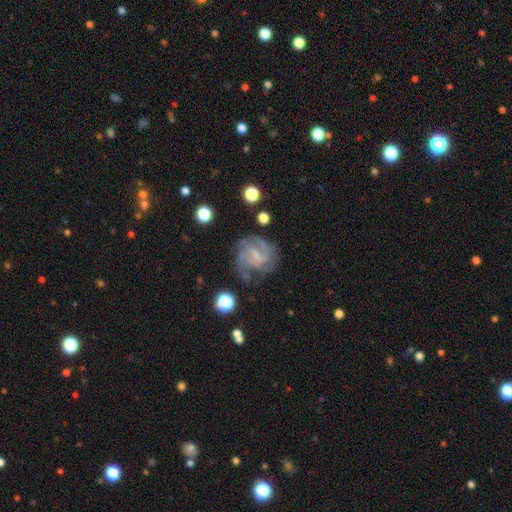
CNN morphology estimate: A featured or disk galaxy (81%) with a weak bar (54%), 2 (34%) medium (46%) spiral arms (92%) and a small central bulge (56%). Merging: none (61%).